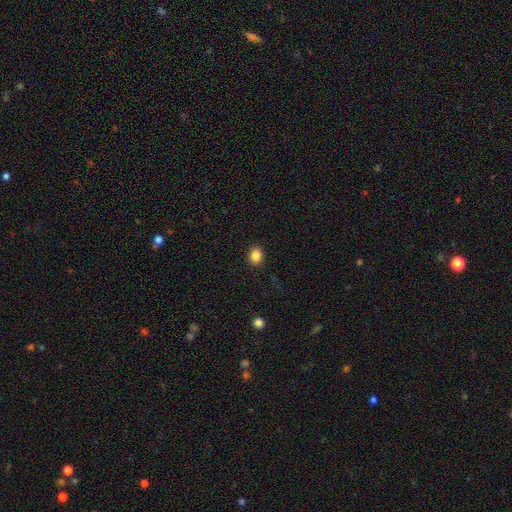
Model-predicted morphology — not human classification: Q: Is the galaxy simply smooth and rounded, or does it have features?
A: smooth — 86%.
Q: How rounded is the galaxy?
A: round — 51%.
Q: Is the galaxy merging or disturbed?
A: none — 90%.